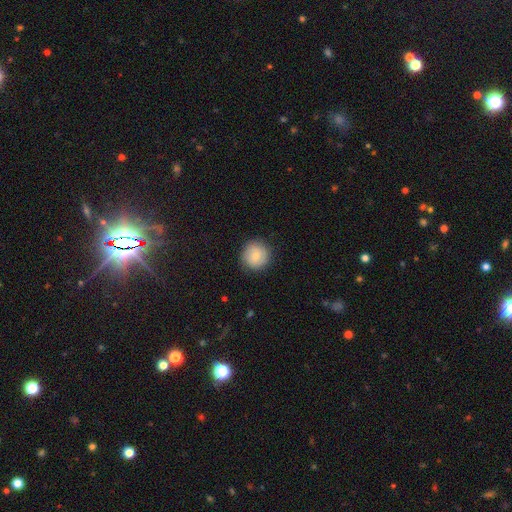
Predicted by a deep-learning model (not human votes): smooth-or-featured: smooth: 79% | featured or disk: 13% | star or artifact: 8%
  how-rounded: round: 94% | in between: 5% | cigar-shaped: 1%
  merging: none: 87% | minor disturbance: 10% | major disturbance: 3% | merger: 1%